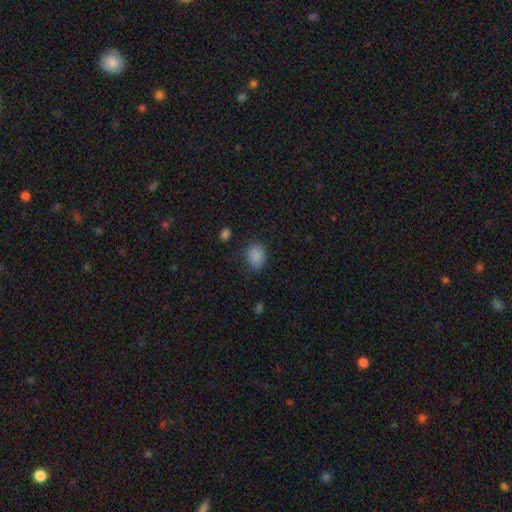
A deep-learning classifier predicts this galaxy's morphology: Q: Smooth or featured?
A: smooth (86%); runner-up: star or artifact (10%)
Q: How rounded?
A: in between (60%); runner-up: round (39%)
Q: Merging?
A: none (78%); runner-up: minor disturbance (16%)